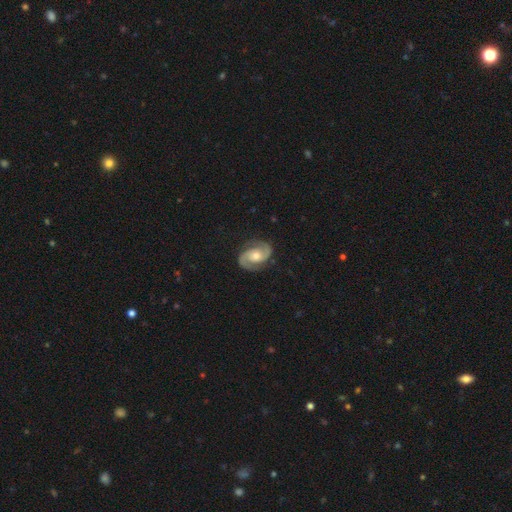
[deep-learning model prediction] This is clearly a featured or disk galaxy (90%). It is clearly not viewed edge-on (98%). Bar: likely no (61%). Spiral arm pattern: clearly yes (98%). Spiral arm count: clearly 2 (94%). Spiral winding: possibly medium (55%). Central bulge: likely moderate (69%). Merging: clearly none (86%).